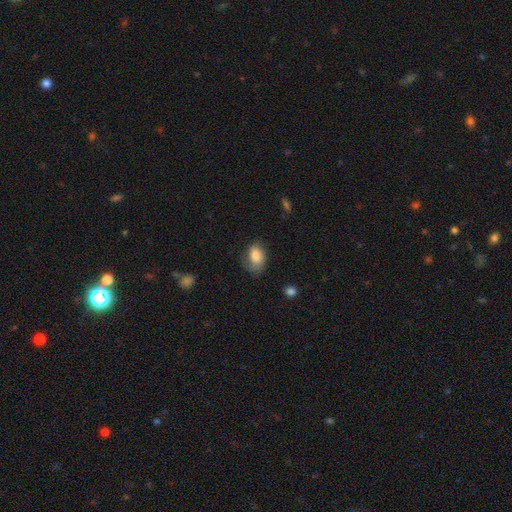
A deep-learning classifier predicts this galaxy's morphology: Smooth or featured: smooth — 79% (featured or disk — 13%)
How rounded: in between — 84% (round — 15%)
Merging: none — 54% (minor disturbance — 30%)